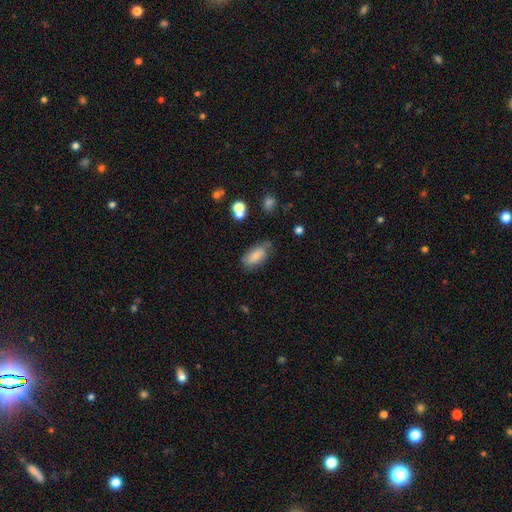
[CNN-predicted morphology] Smooth or featured? smooth (79%)
How rounded? in between (90%)
Merging? none (61%)